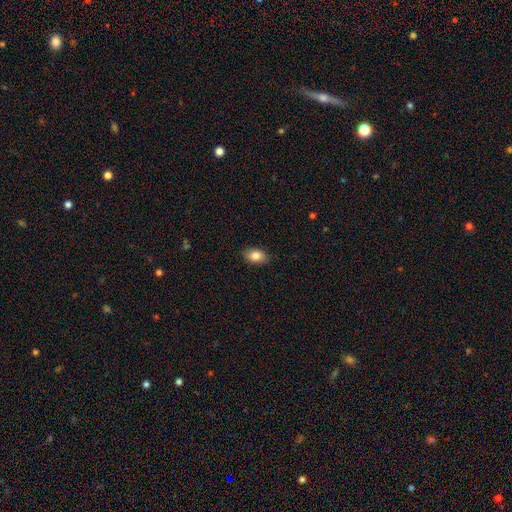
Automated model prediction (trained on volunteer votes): A smooth galaxy with no disk features (84%) that is in between round and cigar-shaped (87%). Merging: none (87%).